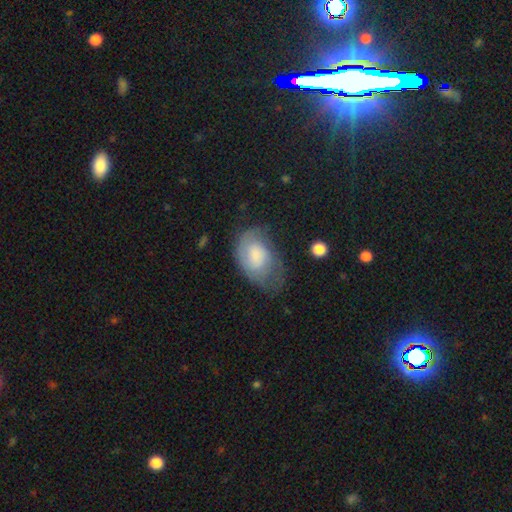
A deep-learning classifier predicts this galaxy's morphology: Overall: smooth (50%; featured or disk 42%). How rounded: in between (86%). Merging: none (39%; minor disturbance 32%).